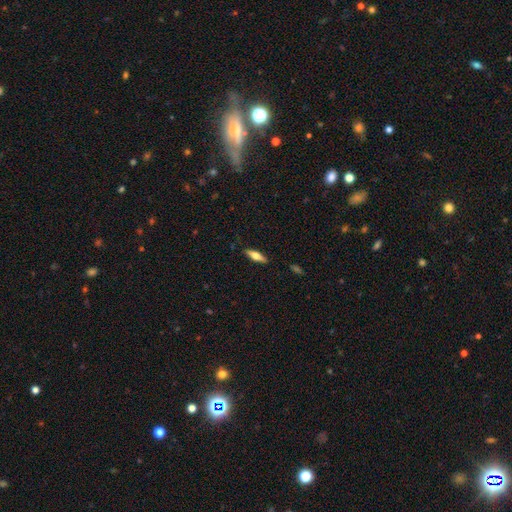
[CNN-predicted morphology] Overall: smooth (54%; featured or disk 40%). How rounded: cigar-shaped (56%; in between 41%). Merging: none (88%).